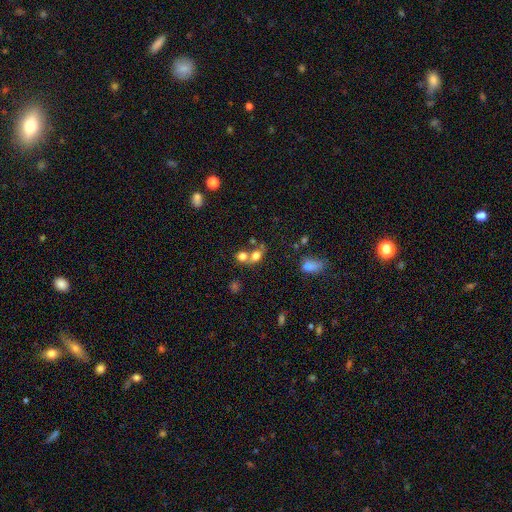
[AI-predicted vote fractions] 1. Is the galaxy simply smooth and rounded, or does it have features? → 73% smooth, 14% featured or disk, 13% star or artifact.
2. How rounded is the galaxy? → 50% in between, 48% round, 3% cigar-shaped.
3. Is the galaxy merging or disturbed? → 54% merger, 31% none, 10% minor disturbance, 6% major disturbance.